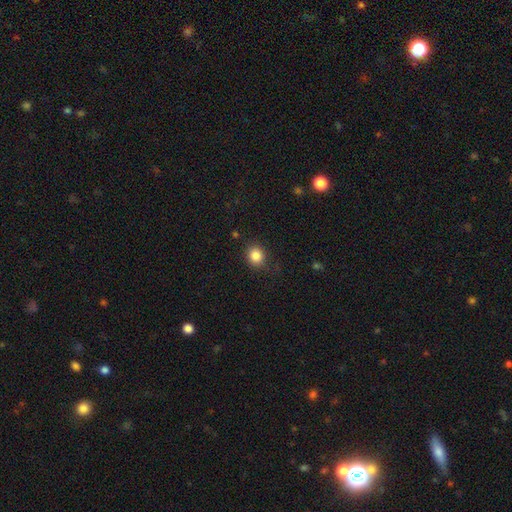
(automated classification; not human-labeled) Morphology: type=smooth (85%); roundness=round (79%); merging=none (84%).